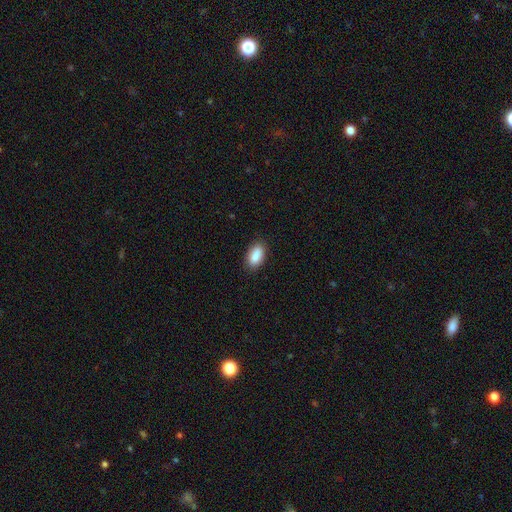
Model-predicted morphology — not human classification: Overall: smooth (88%). How rounded: in between (90%). Merging: none (86%).